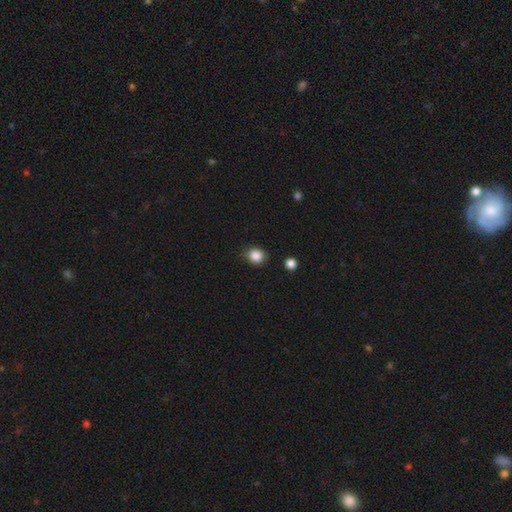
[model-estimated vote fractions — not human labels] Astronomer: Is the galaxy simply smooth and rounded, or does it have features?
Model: smooth — 86%.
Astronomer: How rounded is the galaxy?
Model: round — 79%.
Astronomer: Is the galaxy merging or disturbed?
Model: none — 81%.